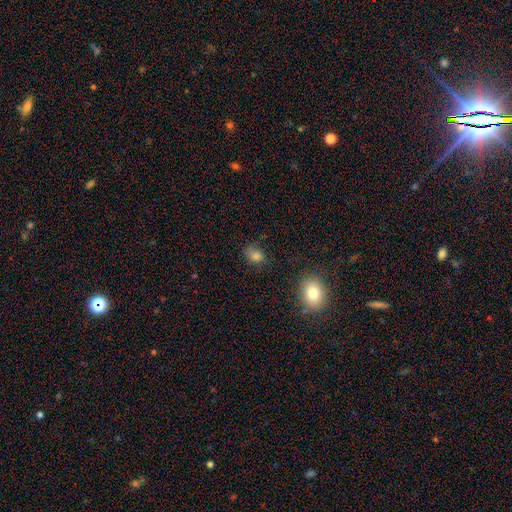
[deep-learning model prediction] A smooth galaxy with no disk features (74%) that is round (54%). Merging: none (59%).